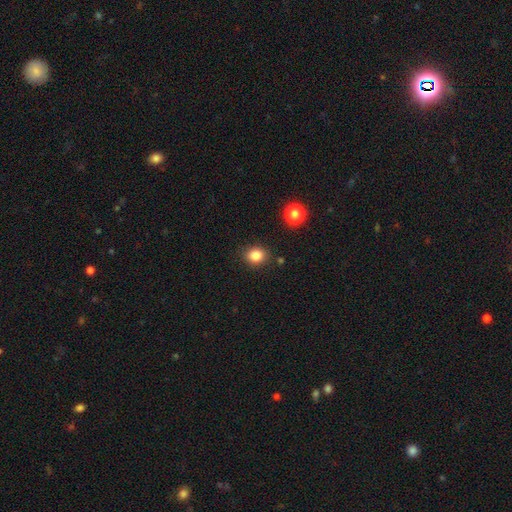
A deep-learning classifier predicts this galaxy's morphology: smooth_or_featured: smooth (p=0.84) [alt: star or artifact p=0.11]
how_rounded: round (p=0.63) [alt: in between p=0.36]
merging: none (p=0.86) [alt: minor disturbance p=0.09]